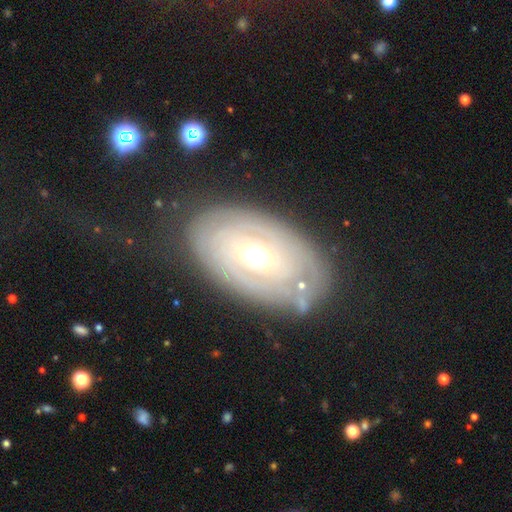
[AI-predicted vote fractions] featured or disk 70%, smooth 23%, star or artifact 7%. Down the decision tree: edge-on disk — no (92%); bar — no (65%); spiral arms — yes (57%); bulge size — moderate (73%); merging — none (74%).